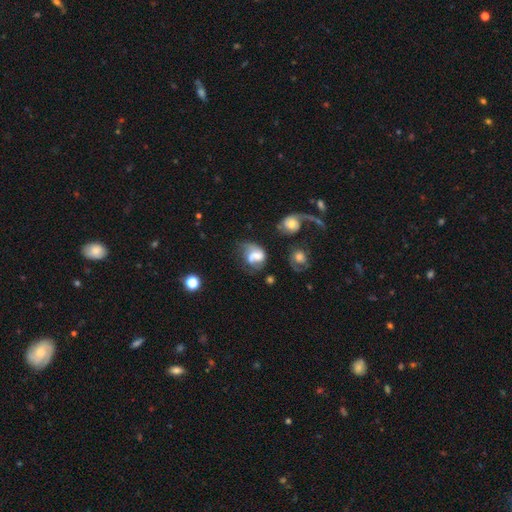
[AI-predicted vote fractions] Smooth or featured: featured or disk — 45% (smooth — 44%)
Merging: major disturbance — 32% (none — 30%)